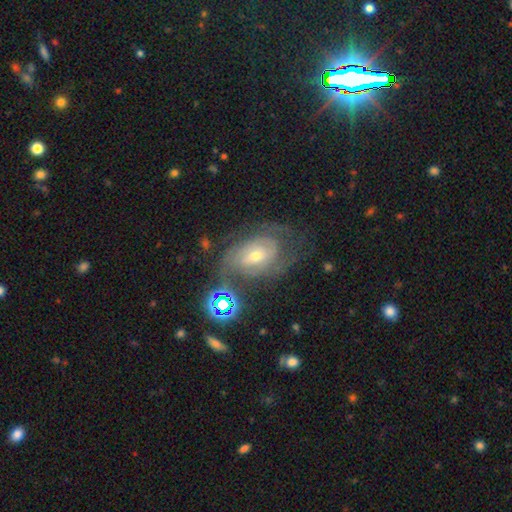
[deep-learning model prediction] A featured or disk galaxy (73%) with no bar (56%), tight (55%) spiral arms (86%) and a small central bulge (50%). Merging: none (51%).